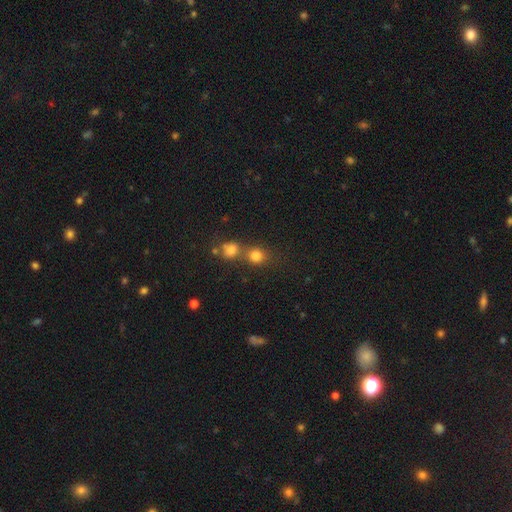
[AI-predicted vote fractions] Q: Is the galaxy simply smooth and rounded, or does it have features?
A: smooth — 78%.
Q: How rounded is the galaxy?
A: round — 82%.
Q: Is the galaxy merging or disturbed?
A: none — 51%.